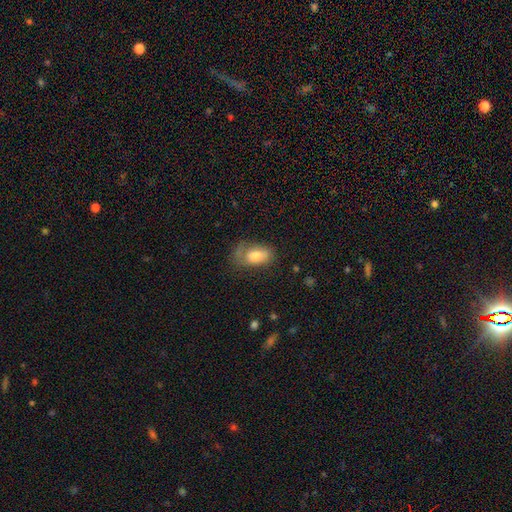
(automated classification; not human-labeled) This appears to be a smooth galaxy with no disk features (74%) that is in between round and cigar-shaped (90%). Merging: none (46%).